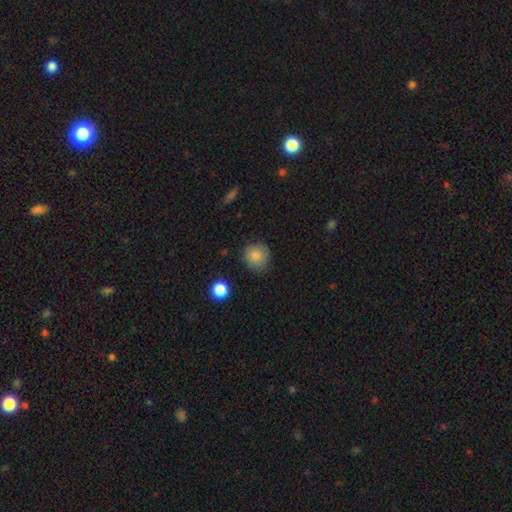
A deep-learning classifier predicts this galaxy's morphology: Overall: smooth (84%). How rounded: round (88%). Merging: none (77%).